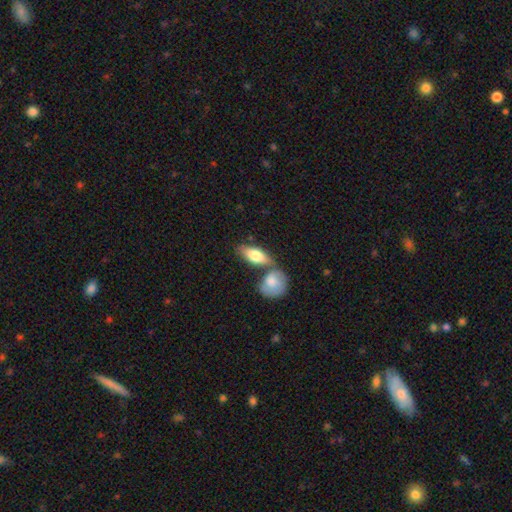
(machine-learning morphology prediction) A smooth galaxy with no disk features (74%) that is in between round and cigar-shaped (82%). Merging: none (50%).